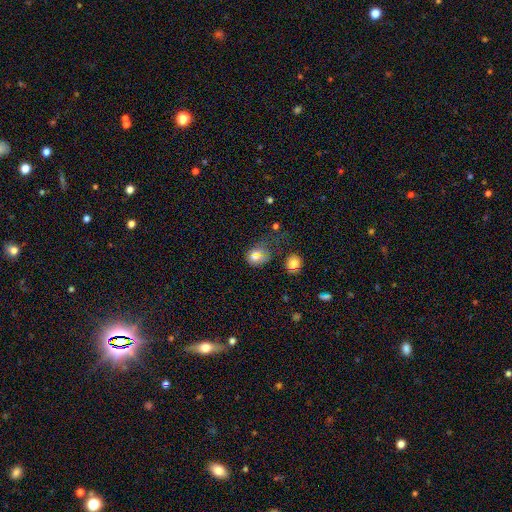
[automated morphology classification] smooth_or_featured: smooth (p=0.64) [alt: star or artifact p=0.24]
how_rounded: round (p=0.63) [alt: in between p=0.36]
merging: none (p=0.50) [alt: minor disturbance p=0.20]